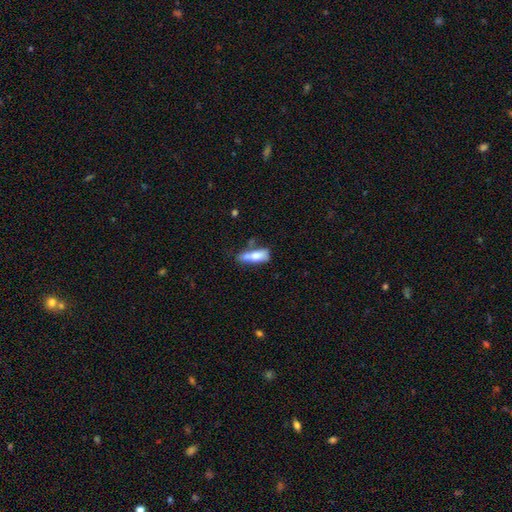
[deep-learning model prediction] A smooth galaxy with no disk features (65%) that is in between round and cigar-shaped (67%). Merging: merger (44%).